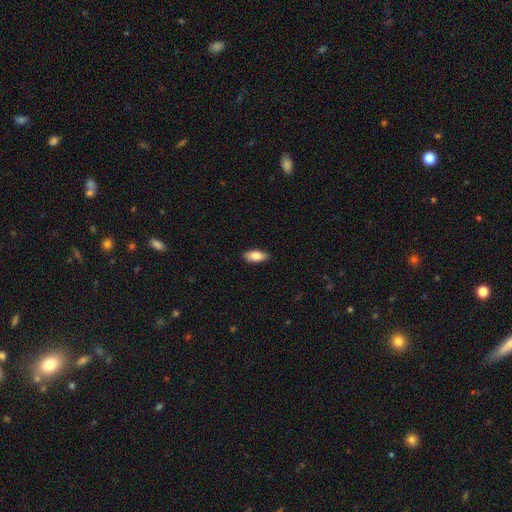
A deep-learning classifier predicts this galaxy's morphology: type=smooth (84%); roundness=in between (86%); merging=none (89%).